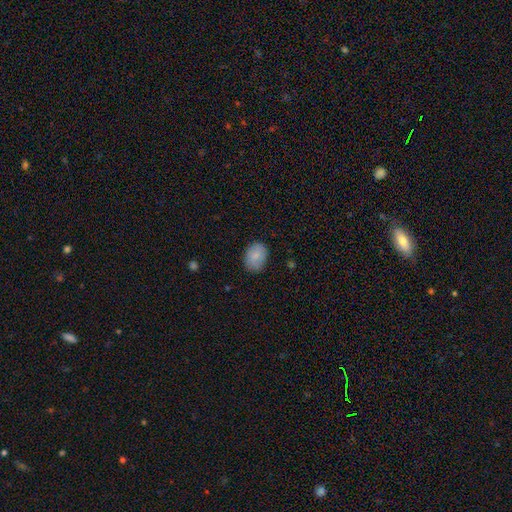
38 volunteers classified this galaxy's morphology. Overall: smooth (95%). How rounded: in between (69%). Merging: none (78%).